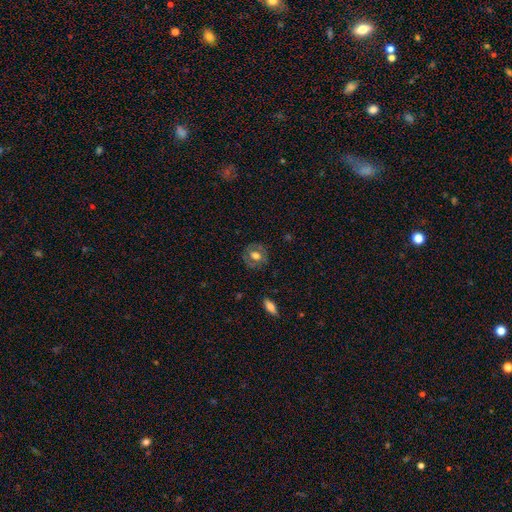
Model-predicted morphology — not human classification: type=smooth (53%); roundness=round (75%); merging=none (80%).